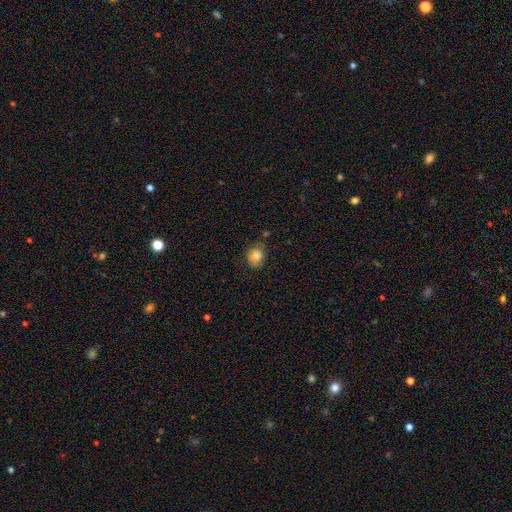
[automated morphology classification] type=smooth (84%); roundness=round (60%); merging=none (72%).